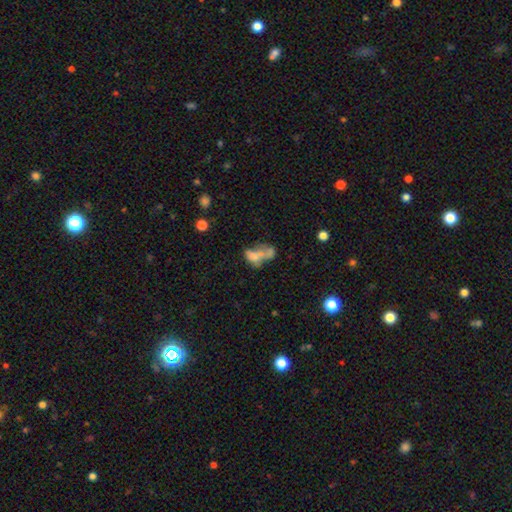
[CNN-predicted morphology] Smooth or featured? smooth (53%)
How rounded? in between (80%)
Merging? merger (57%)